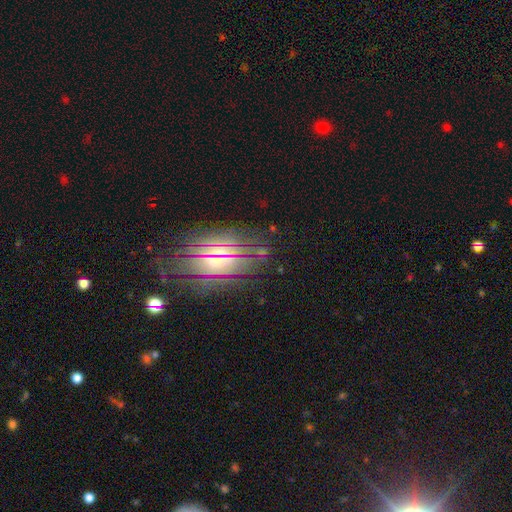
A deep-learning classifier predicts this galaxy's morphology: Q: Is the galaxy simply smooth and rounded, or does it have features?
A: featured or disk — 42%.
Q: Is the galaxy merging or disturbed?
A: none — 78%.